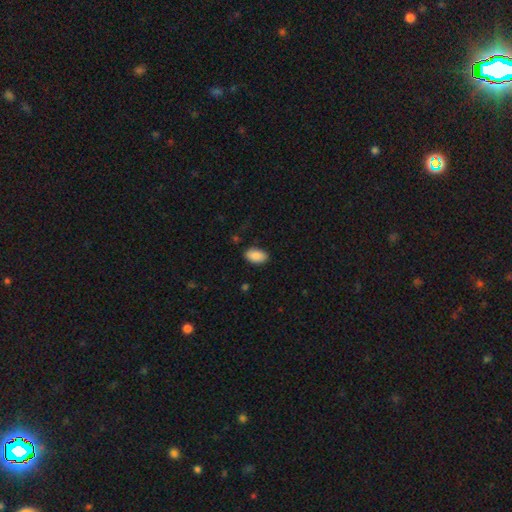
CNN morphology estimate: A smooth galaxy with no disk features (89%) that is in between round and cigar-shaped (94%). Merging: none (86%).